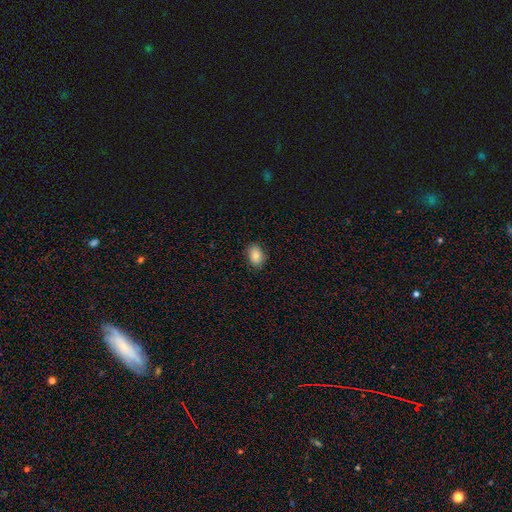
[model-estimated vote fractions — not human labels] Smooth or featured?
  - smooth: 85% *
  - star or artifact: 9%
  - featured or disk: 6%
How rounded?
  - in between: 76% *
  - round: 23%
  - cigar-shaped: 1%
Merging?
  - none: 87% *
  - minor disturbance: 10%
  - major disturbance: 2%
  - merger: 1%